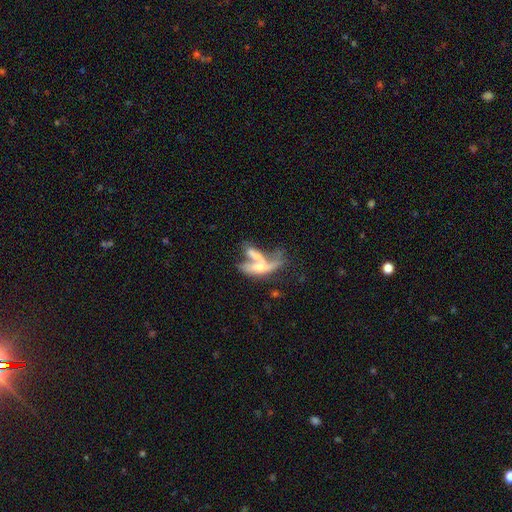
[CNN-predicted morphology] featured or disk 51%, smooth 39%, star or artifact 9%. Down the decision tree: edge-on disk — no (67%); merging — merger (62%).